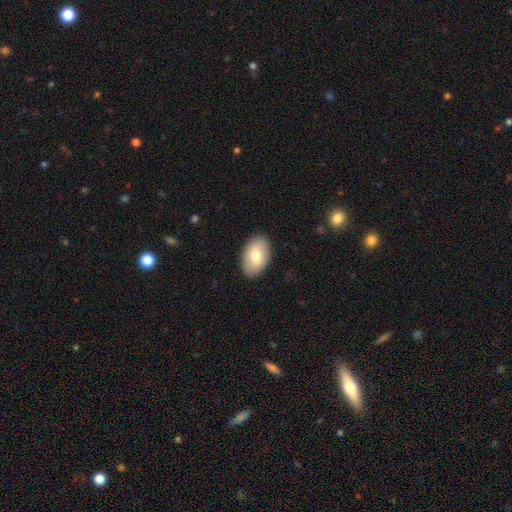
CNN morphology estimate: Smooth or featured? smooth (75%)
How rounded? in between (93%)
Merging? none (89%)